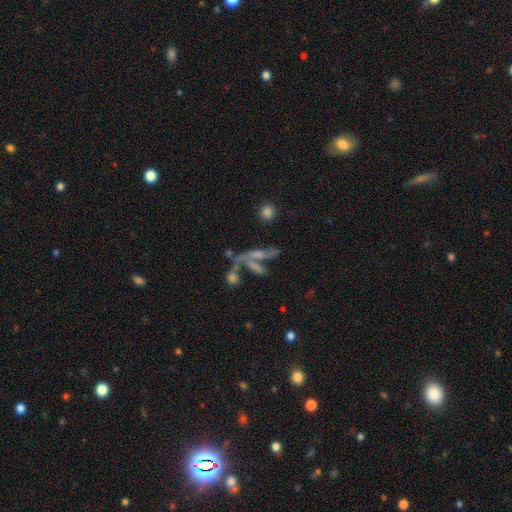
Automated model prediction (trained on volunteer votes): The model was most divided on "merging": none: 36%, merger: 34%, major disturbance: 17%, minor disturbance: 13%. More confident: edge-on disk — no (60%); smooth or featured — featured or disk (52%).